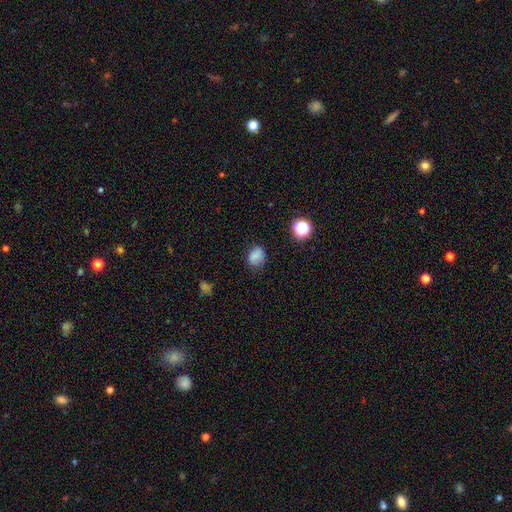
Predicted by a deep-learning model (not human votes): smooth 77%, star or artifact 14%, featured or disk 9%. Down the decision tree: how rounded — in between (50%); merging — none (69%).